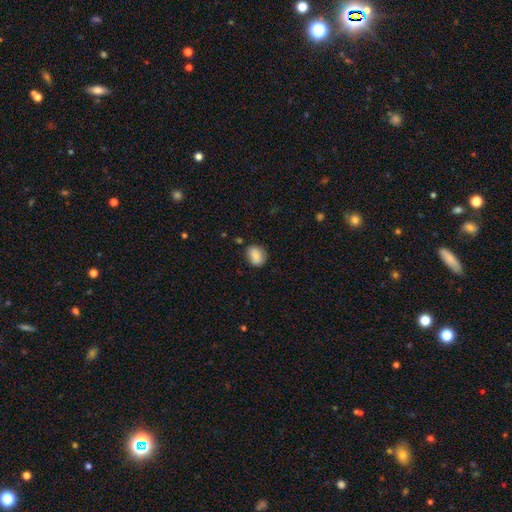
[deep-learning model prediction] smooth-or-featured: smooth: 84% | featured or disk: 8% | star or artifact: 8%
  how-rounded: in between: 55% | round: 44% | cigar-shaped: 1%
  merging: none: 74% | minor disturbance: 19% | major disturbance: 4% | merger: 3%